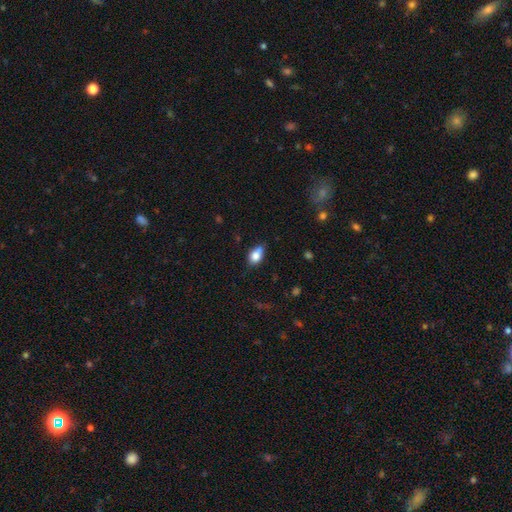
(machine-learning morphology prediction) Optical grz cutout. It shows a smooth galaxy with no disk features (77%) that is in between round and cigar-shaped (76%). Merging: none (50%).